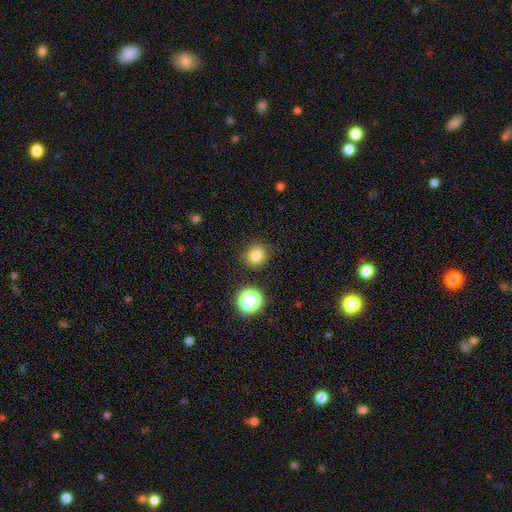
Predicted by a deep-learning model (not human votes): This is likely a smooth galaxy (80%). How rounded: clearly round (86%). Merging: clearly none (88%).